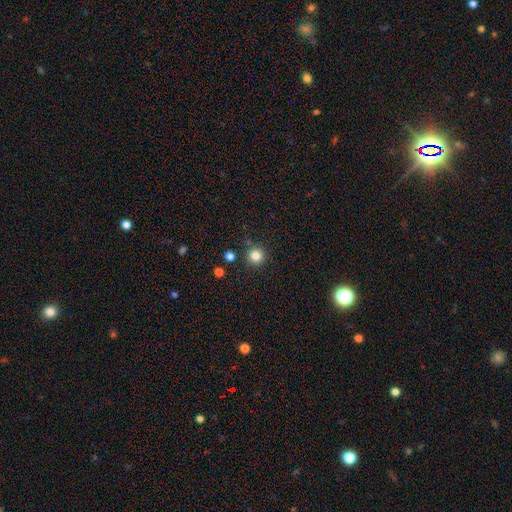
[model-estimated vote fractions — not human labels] A smooth galaxy with no disk features (82%) that is round (95%). Merging: none (88%).